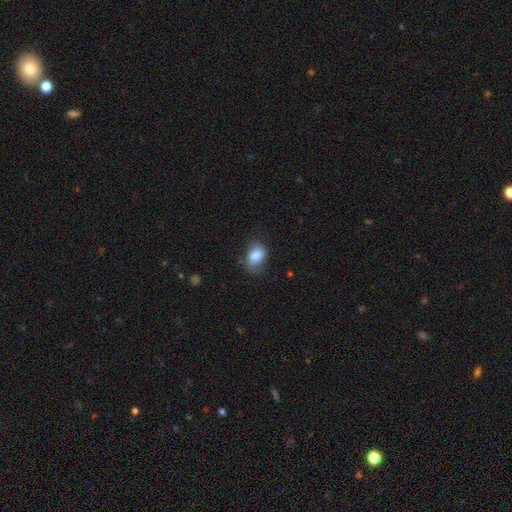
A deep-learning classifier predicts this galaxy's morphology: Smooth or featured? smooth (81%)
How rounded? in between (76%)
Merging? none (56%)